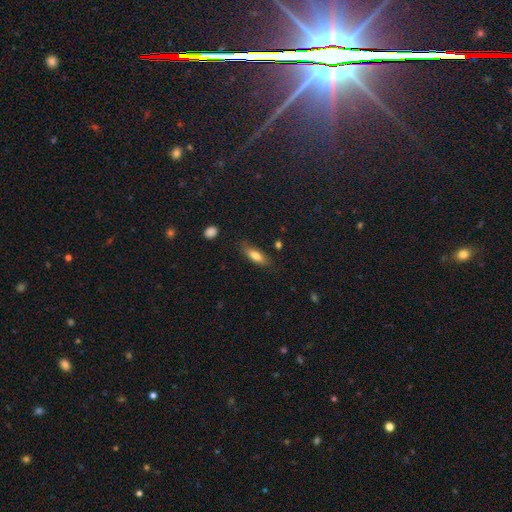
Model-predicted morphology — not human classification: This is likely a smooth galaxy (73%). How rounded: possibly in between (58%). Merging: likely none (79%).